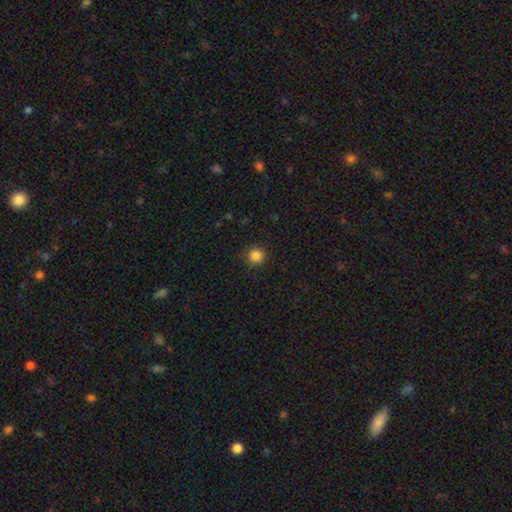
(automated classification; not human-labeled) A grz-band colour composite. It shows a smooth galaxy with no disk features (85%) that is round (93%). Merging: none (90%).